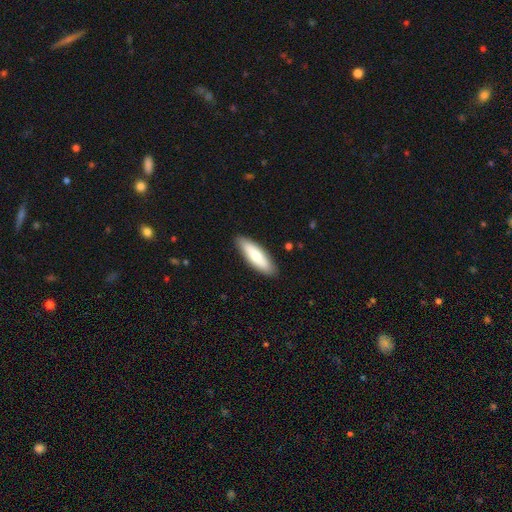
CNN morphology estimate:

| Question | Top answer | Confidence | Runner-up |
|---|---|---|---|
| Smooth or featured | smooth | 70% | featured or disk (25%) |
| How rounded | in between | 52% | cigar-shaped (46%) |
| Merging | none | 88% | minor disturbance (9%) |